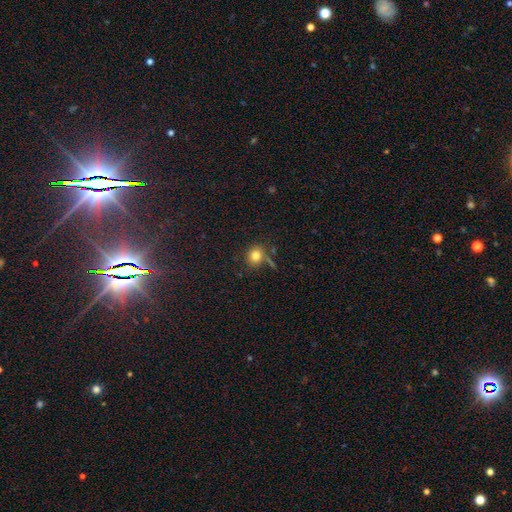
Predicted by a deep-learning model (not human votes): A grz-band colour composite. It shows a smooth galaxy with no disk features (79%) that is round (73%). Merging: none (71%).